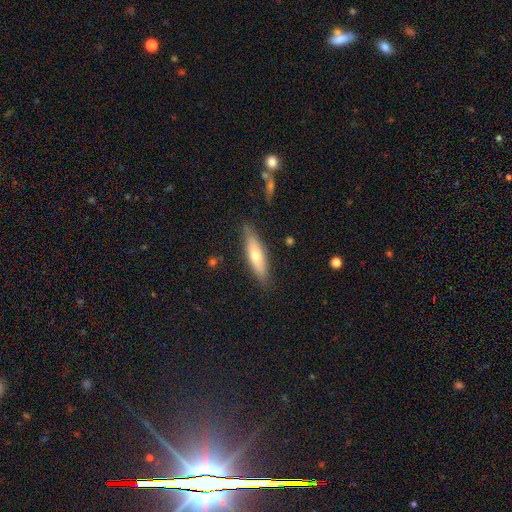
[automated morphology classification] Smooth or featured? smooth (58%)
How rounded? cigar-shaped (66%)
Merging? none (83%)